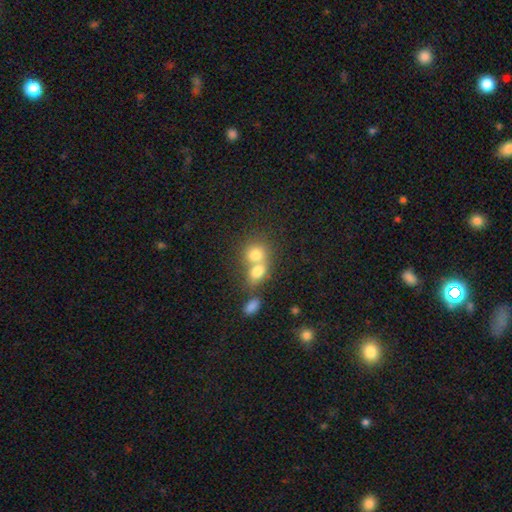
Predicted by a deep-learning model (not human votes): Morphology: type=smooth (74%); roundness=round (64%); merging=merger (66%).